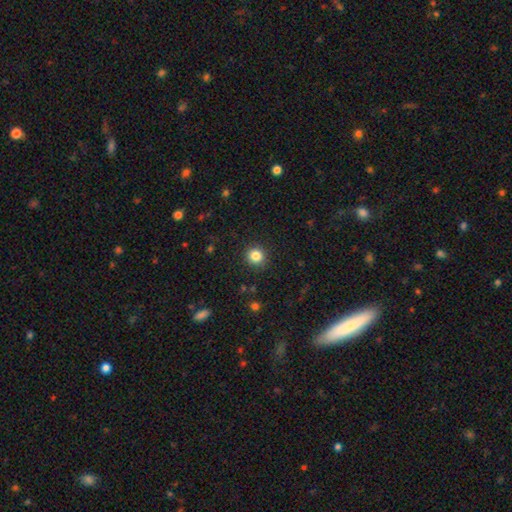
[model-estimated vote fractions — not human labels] Smooth or featured? smooth (84%)
How rounded? round (92%)
Merging? none (91%)